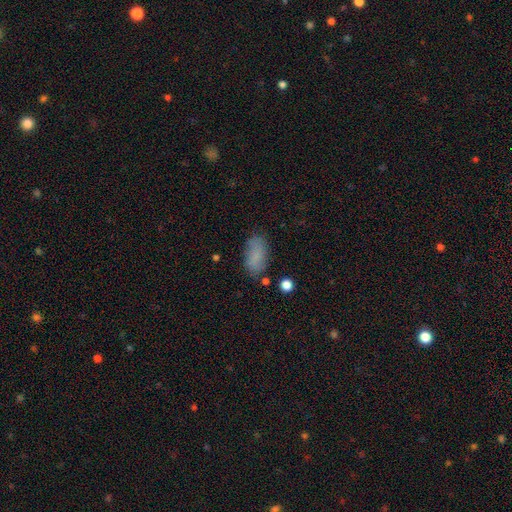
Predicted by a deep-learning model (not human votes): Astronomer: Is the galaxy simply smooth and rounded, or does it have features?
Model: smooth — 81%.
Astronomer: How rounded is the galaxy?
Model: in between — 91%.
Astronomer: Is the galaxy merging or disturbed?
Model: none — 73%.